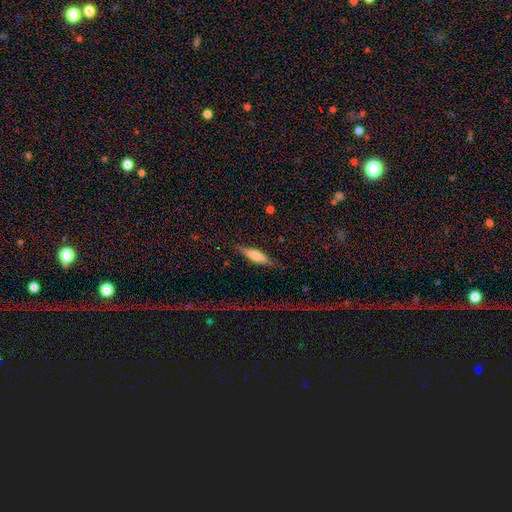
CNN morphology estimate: smooth-or-featured: smooth: 56% | featured or disk: 38% | star or artifact: 7%
  how-rounded: cigar-shaped: 73% | in between: 24% | round: 3%
  merging: none: 71% | minor disturbance: 15% | major disturbance: 11% | merger: 3%